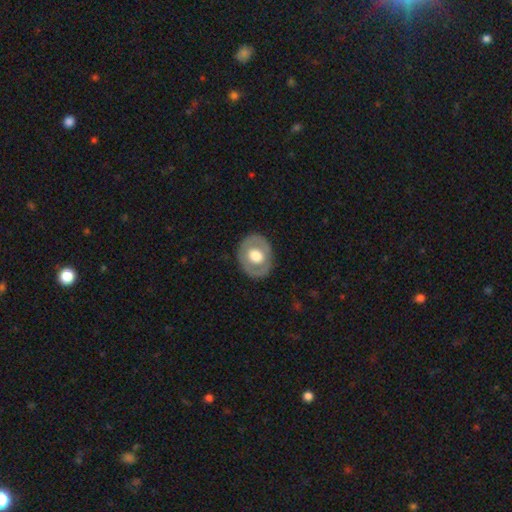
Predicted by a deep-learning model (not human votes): Smooth or featured? featured or disk (50%)
Merging? none (83%)